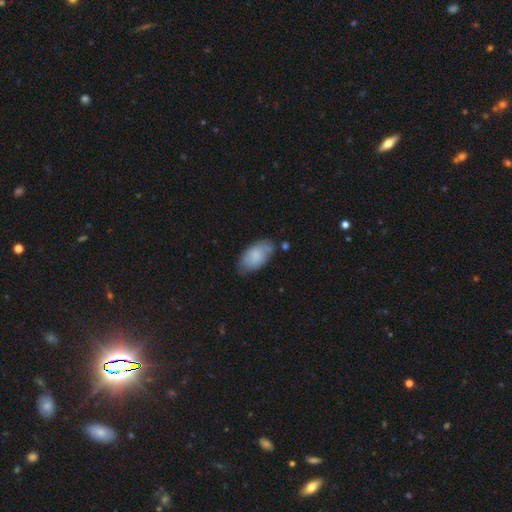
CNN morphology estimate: The model was most divided on "merging": none: 69%, minor disturbance: 23%, major disturbance: 5%, merger: 3%. More confident: how rounded — in between (94%); smooth or featured — smooth (80%).